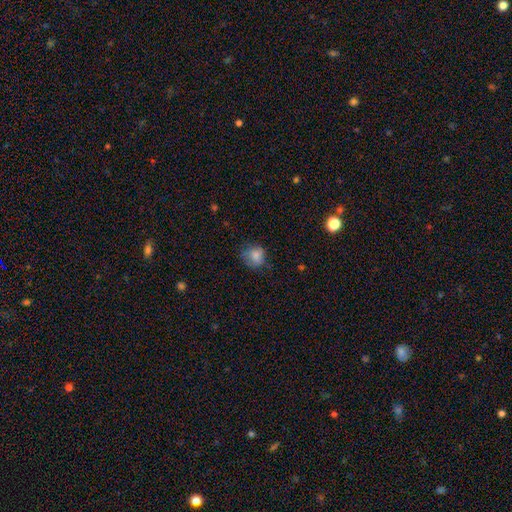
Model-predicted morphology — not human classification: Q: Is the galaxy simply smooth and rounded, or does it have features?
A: smooth — 80%.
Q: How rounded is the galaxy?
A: round — 71%.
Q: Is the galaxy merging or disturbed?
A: none — 59%.